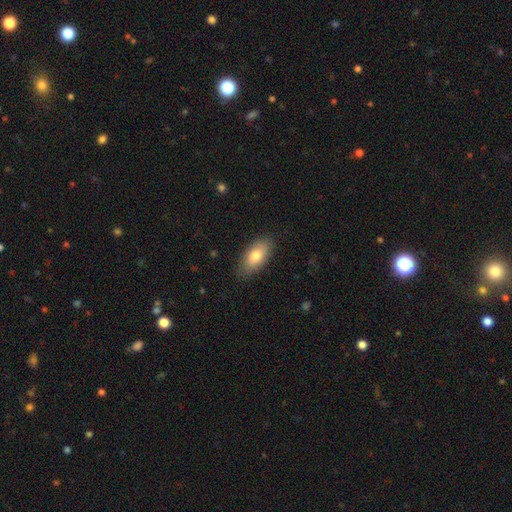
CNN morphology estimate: Smooth or featured? Predicted: smooth (p=0.78). How rounded? Predicted: in between (p=0.90). Merging? Predicted: none (p=0.82).